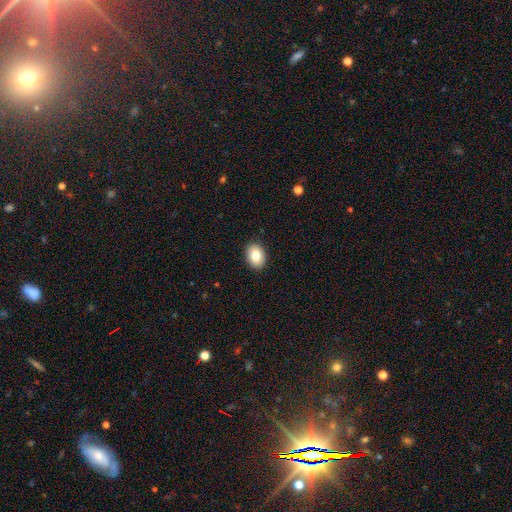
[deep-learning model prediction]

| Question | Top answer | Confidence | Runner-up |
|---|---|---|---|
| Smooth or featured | smooth | 85% | star or artifact (8%) |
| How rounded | in between | 70% | round (29%) |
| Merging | none | 91% | minor disturbance (7%) |